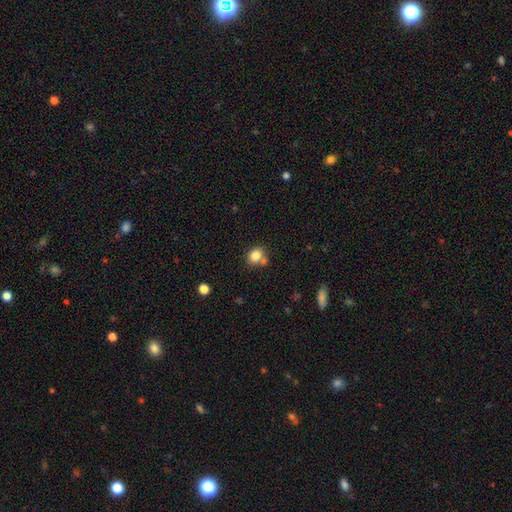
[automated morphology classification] type=smooth (81%); roundness=round (62%); merging=none (62%).